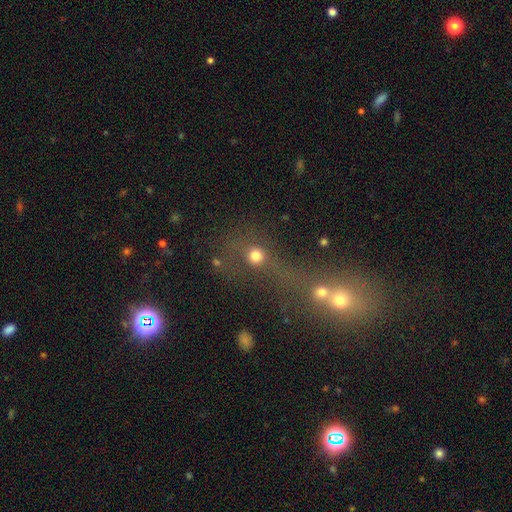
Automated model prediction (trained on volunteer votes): Smooth or featured? Predicted: smooth (p=0.64). How rounded? Predicted: round (p=0.81). Merging? Predicted: merger (p=0.41).